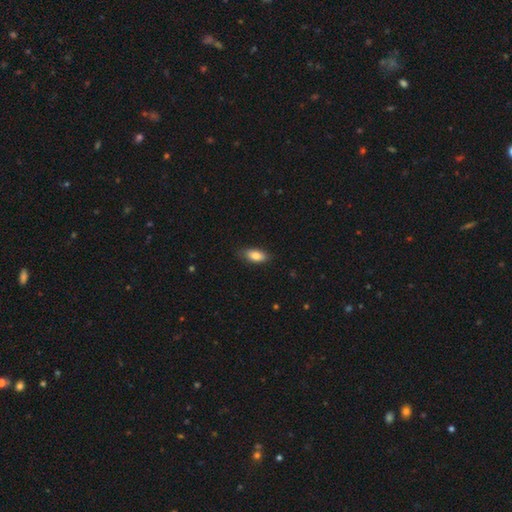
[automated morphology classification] smooth-or-featured: smooth: 83% | featured or disk: 10% | star or artifact: 7%
  how-rounded: in between: 88% | cigar-shaped: 9% | round: 3%
  merging: none: 81% | minor disturbance: 15% | major disturbance: 3% | merger: 1%